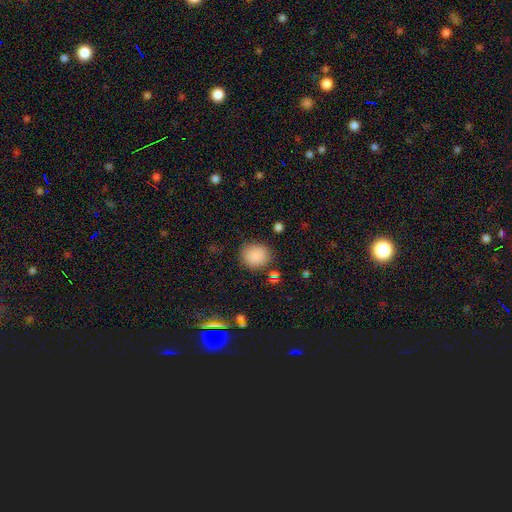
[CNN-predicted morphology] A smooth galaxy with no disk features (87%) that is round (79%). Merging: none (83%).